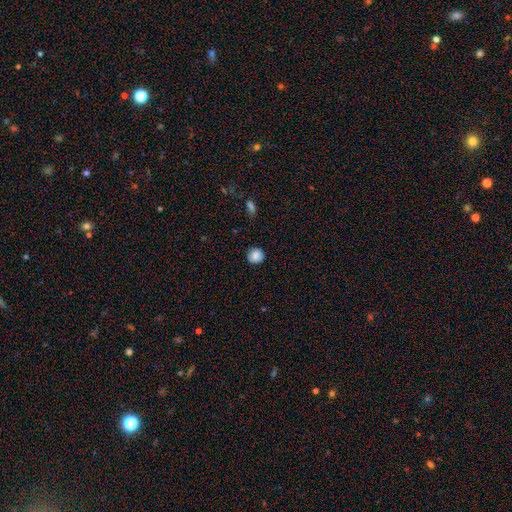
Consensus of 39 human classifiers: Morphology: type=smooth (90%); roundness=round (86%); merging=none (86%).